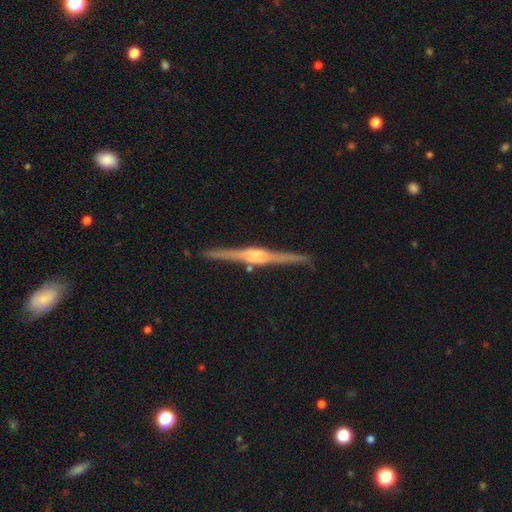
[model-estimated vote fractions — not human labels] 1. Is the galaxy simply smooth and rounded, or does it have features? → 84% featured or disk, 10% smooth, 5% star or artifact.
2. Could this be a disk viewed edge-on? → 98% yes, 2% no.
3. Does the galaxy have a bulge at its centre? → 73% rounded, 21% boxy, 6% none.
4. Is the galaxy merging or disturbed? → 87% none, 10% minor disturbance, 2% merger, 2% major disturbance.